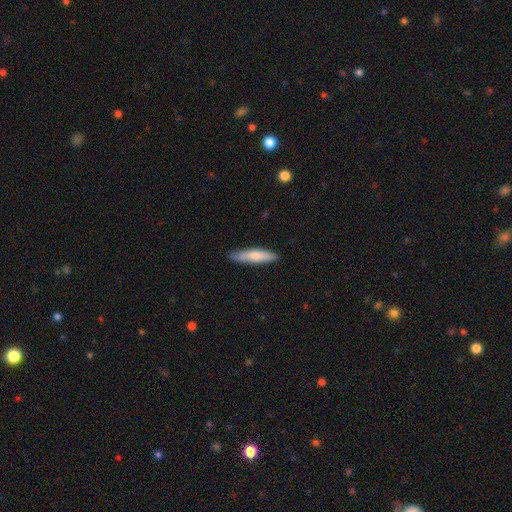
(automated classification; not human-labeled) The model was most divided on "smooth or featured": smooth: 74%, featured or disk: 21%, star or artifact: 5%. More confident: merging — none (82%); how rounded — cigar-shaped (80%).